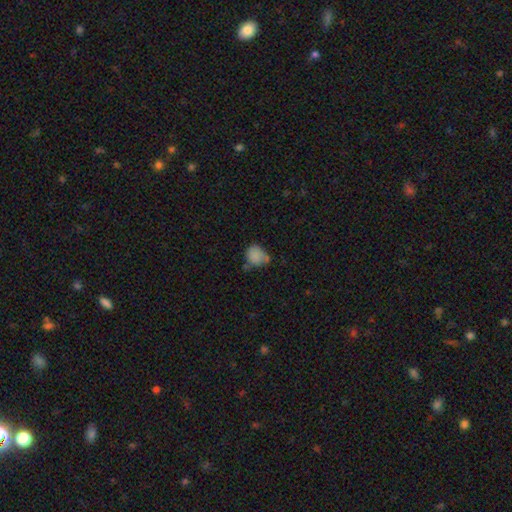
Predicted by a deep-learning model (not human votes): Morphology: type=smooth (82%); roundness=round (65%); merging=none (48%).